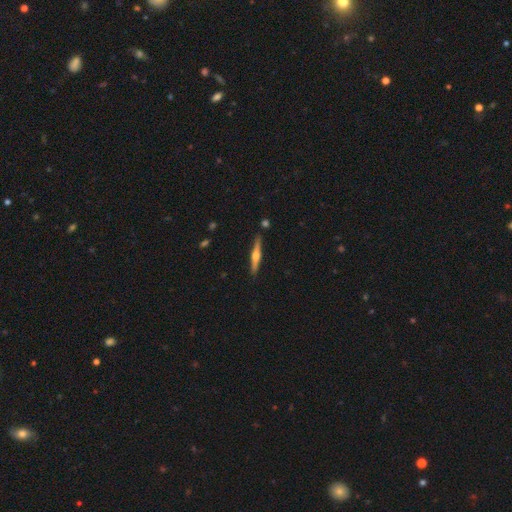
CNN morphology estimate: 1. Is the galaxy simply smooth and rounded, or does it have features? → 69% featured or disk, 26% smooth, 5% star or artifact.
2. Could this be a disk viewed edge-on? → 98% yes, 2% no.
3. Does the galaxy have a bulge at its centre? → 90% rounded, 6% boxy, 4% none.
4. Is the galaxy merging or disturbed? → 89% none, 7% minor disturbance, 2% merger, 2% major disturbance.